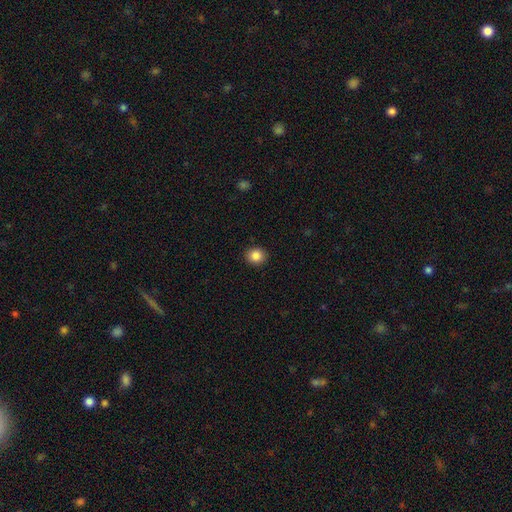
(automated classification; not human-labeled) Smooth or featured? Predicted: smooth (p=0.86). How rounded? Predicted: round (p=0.77). Merging? Predicted: none (p=0.92).